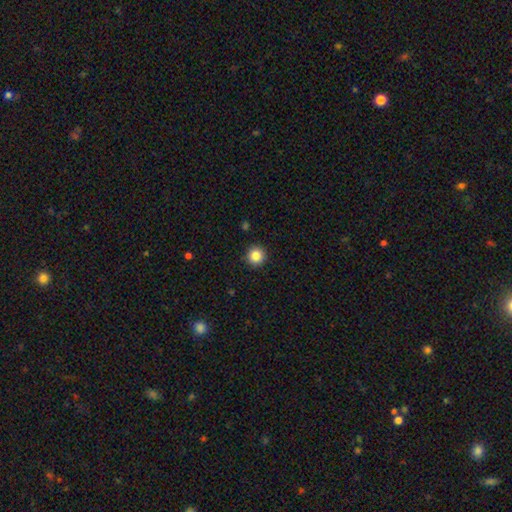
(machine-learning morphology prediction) smooth-or-featured: smooth: 85% | star or artifact: 10% | featured or disk: 5%
  how-rounded: round: 96% | in between: 3% | cigar-shaped: 1%
  merging: none: 92% | minor disturbance: 5% | major disturbance: 2% | merger: 1%